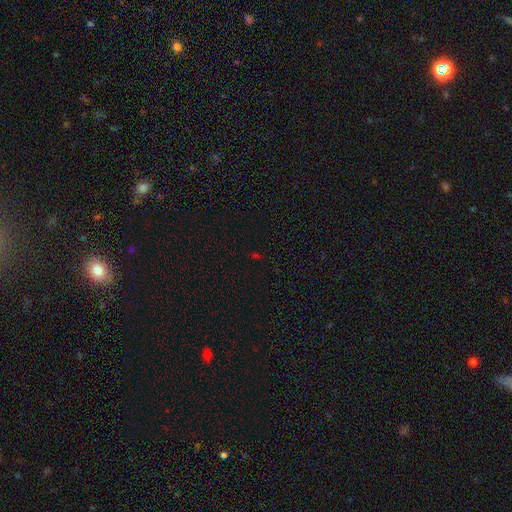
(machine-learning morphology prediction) Q: Smooth or featured?
A: star or artifact (61%); runner-up: smooth (31%)